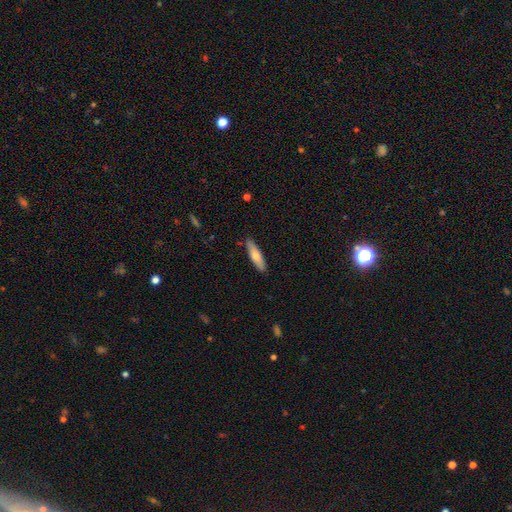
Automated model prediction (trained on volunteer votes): smooth_or_featured: smooth (p=0.69) [alt: featured or disk p=0.25]
how_rounded: cigar-shaped (p=0.71) [alt: in between p=0.28]
merging: none (p=0.85) [alt: minor disturbance p=0.12]